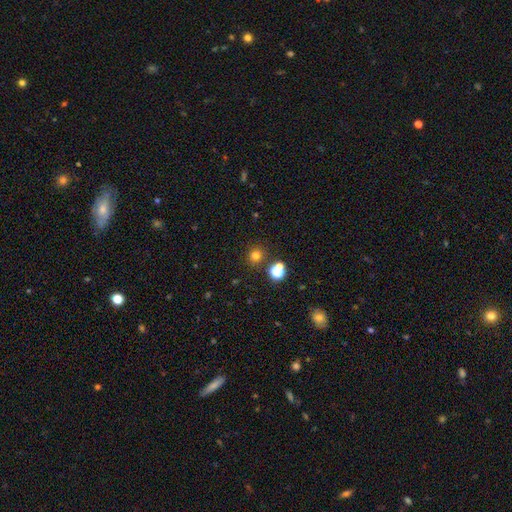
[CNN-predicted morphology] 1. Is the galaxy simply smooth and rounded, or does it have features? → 73% smooth, 21% star or artifact, 6% featured or disk.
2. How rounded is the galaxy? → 90% round, 9% in between, 1% cigar-shaped.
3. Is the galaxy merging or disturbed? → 83% none, 7% minor disturbance, 7% merger, 3% major disturbance.